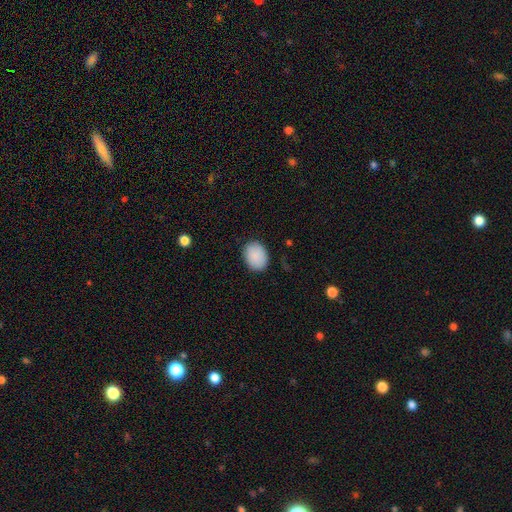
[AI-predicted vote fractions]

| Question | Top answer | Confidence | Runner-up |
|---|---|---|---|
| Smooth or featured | smooth | 89% | star or artifact (7%) |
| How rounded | in between | 65% | round (34%) |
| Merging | none | 86% | minor disturbance (10%) |